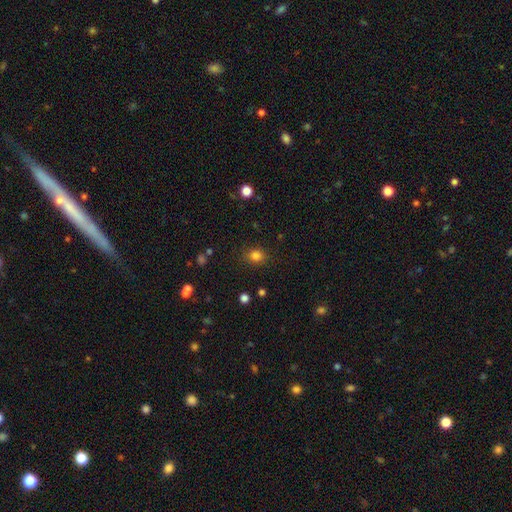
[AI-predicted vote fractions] Smooth or featured? smooth (82%)
How rounded? round (67%)
Merging? none (85%)